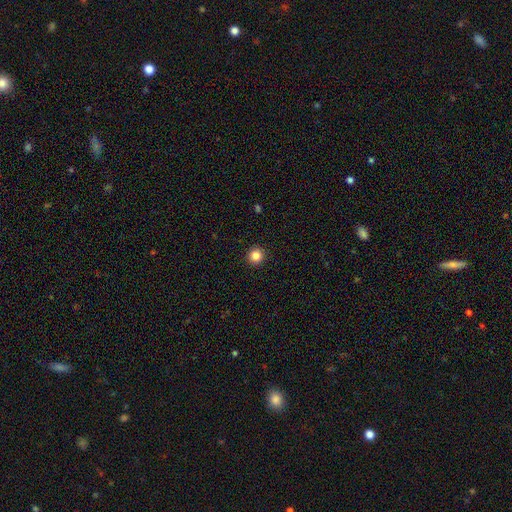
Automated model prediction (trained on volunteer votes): Overall: smooth (84%). How rounded: round (96%). Merging: none (94%).